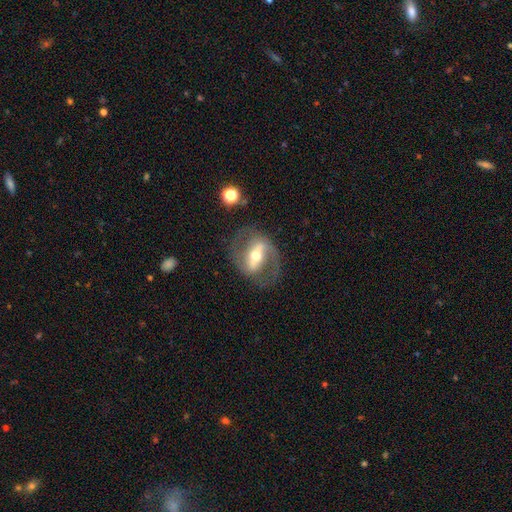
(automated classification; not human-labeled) This appears to be a featured or disk galaxy (81%) with a strong bar (65%), 2 (84%) medium (50%) spiral arms (76%) and a moderate central bulge (66%). Merging: none (70%).